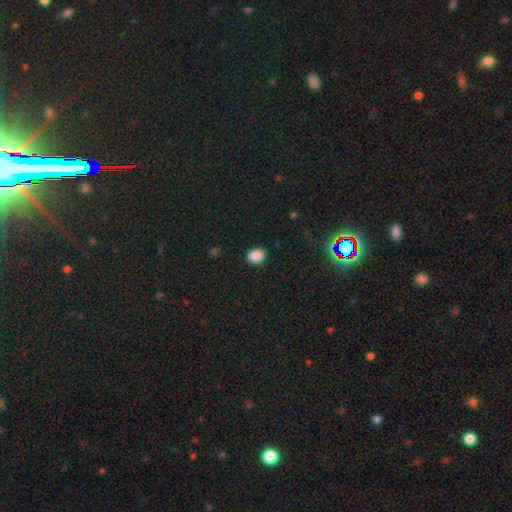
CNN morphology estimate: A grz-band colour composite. It shows a smooth galaxy with no disk features (87%) that is in between round and cigar-shaped (58%). Merging: none (87%).